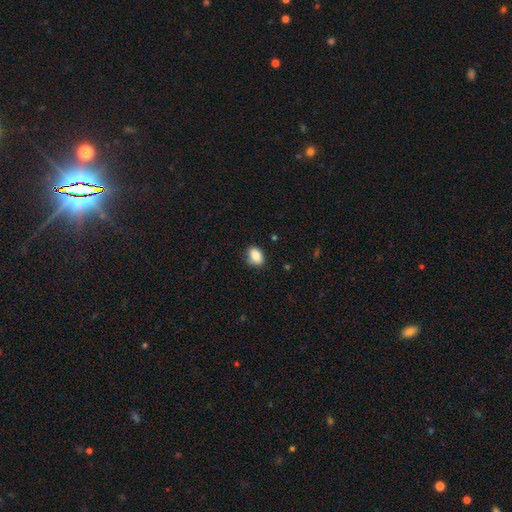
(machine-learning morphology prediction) smooth 85%, star or artifact 8%, featured or disk 7%. Down the decision tree: how rounded — in between (76%); merging — none (76%).